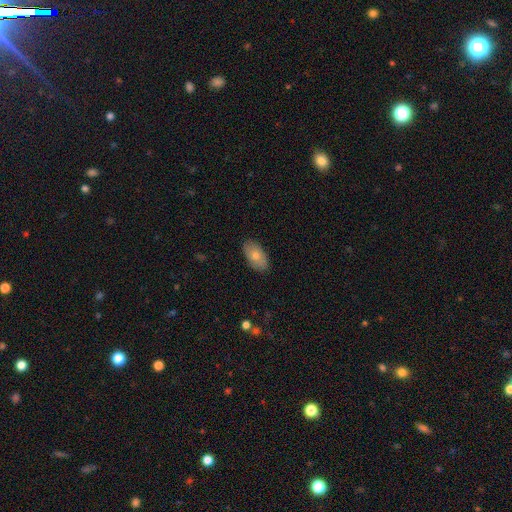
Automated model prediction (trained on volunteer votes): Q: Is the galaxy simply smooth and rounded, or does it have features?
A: smooth — 77%.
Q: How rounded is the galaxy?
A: in between — 94%.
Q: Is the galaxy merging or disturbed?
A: none — 86%.